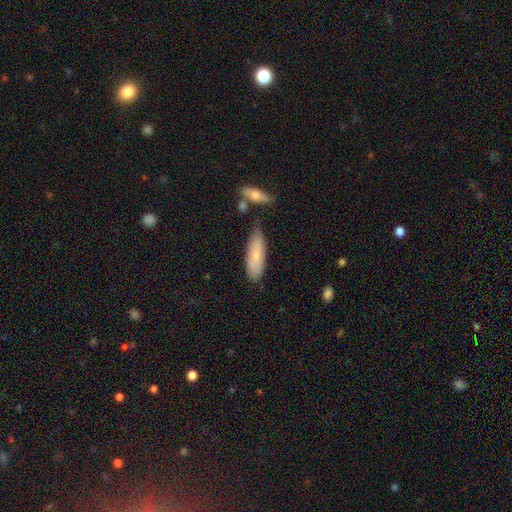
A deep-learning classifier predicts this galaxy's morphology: type=smooth (72%); roundness=in between (57%); merging=none (72%).